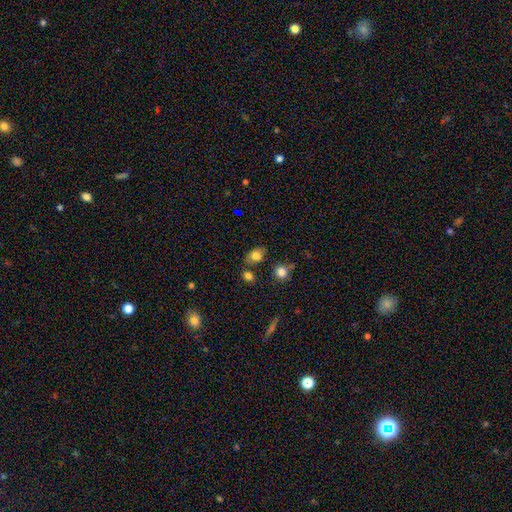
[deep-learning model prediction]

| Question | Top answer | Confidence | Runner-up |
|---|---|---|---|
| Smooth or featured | smooth | 79% | star or artifact (12%) |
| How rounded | in between | 70% | round (28%) |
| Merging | none | 71% | minor disturbance (16%) |